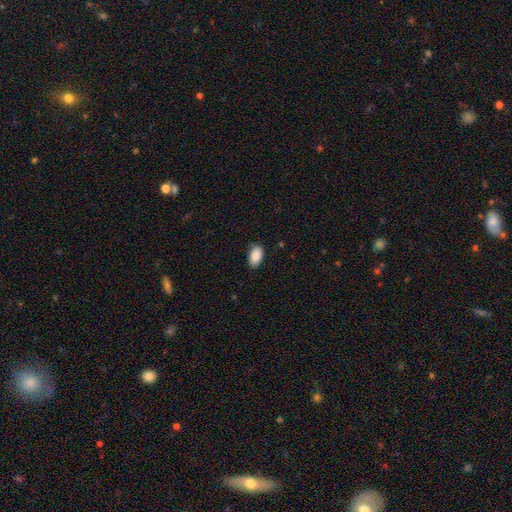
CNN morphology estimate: Smooth or featured? smooth (88%)
How rounded? in between (94%)
Merging? none (83%)